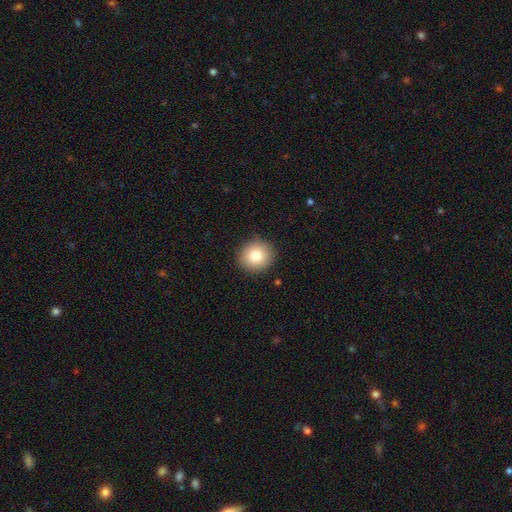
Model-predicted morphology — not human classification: Overall: smooth (81%). How rounded: round (89%). Merging: none (90%).